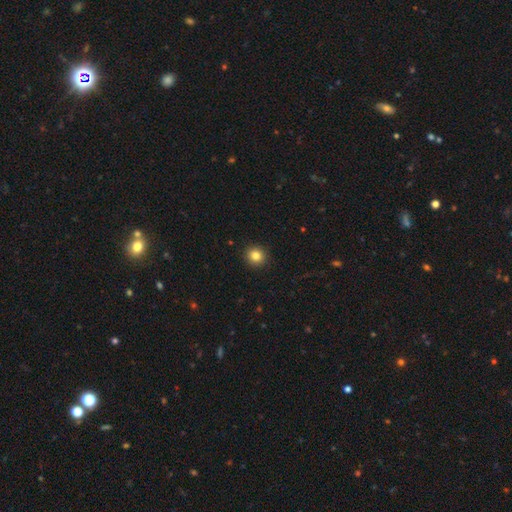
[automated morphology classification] A smooth galaxy with no disk features (84%) that is round (91%).

Vote fractions:
- Smooth or featured? smooth: 84% / star or artifact: 11% / featured or disk: 5%
- How rounded? round: 91% / in between: 8% / cigar-shaped: 1%
- Merging? none: 93% / minor disturbance: 5% / major disturbance: 2% / merger: 1%